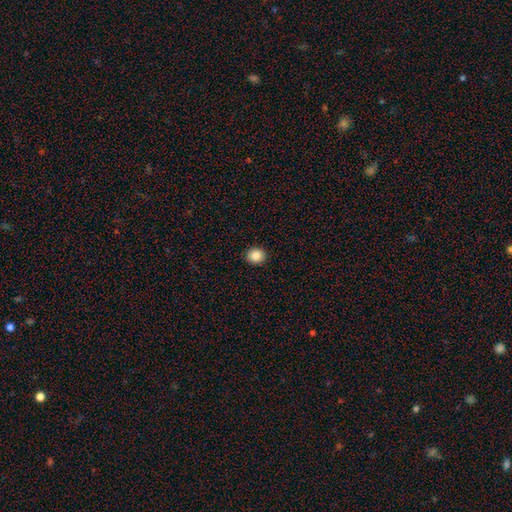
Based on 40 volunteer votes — smooth_or_featured: smooth (p=0.88) [alt: star or artifact p=0.10]
how_rounded: round (p=0.86) [alt: in between p=0.14]
merging: none (p=0.94) [alt: minor disturbance p=0.06]